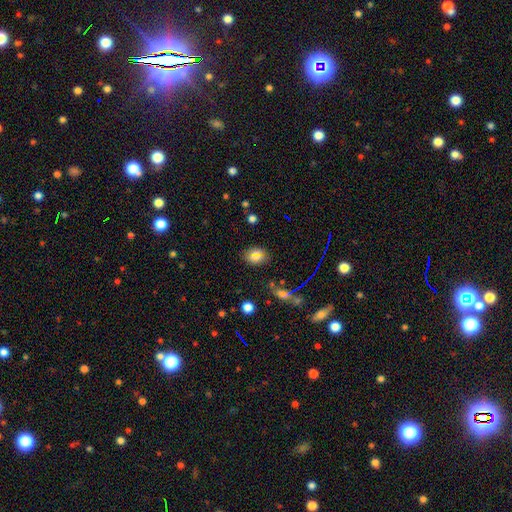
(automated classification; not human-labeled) This is likely a smooth galaxy (77%). How rounded: likely in between (71%). Merging: likely none (75%).